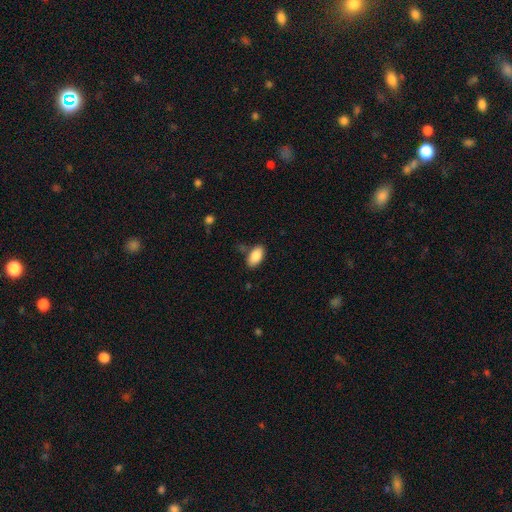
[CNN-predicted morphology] A smooth galaxy with no disk features (86%) that is in between round and cigar-shaped (94%). Merging: none (78%).